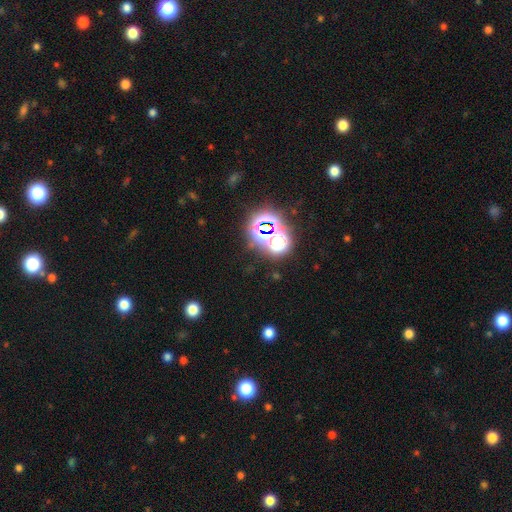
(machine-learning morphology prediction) smooth-or-featured: star or artifact: 75% | smooth: 16% | featured or disk: 9%